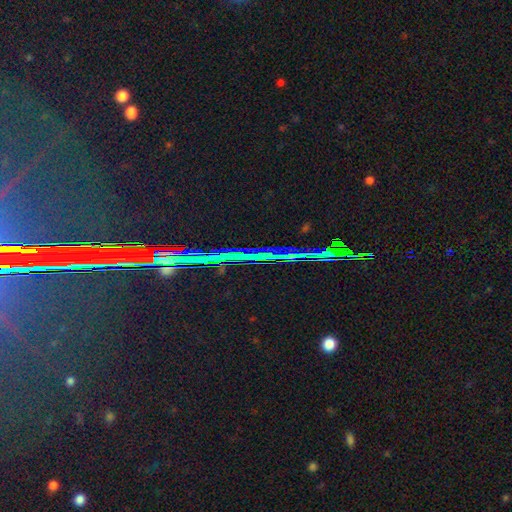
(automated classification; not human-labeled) Overall: star or artifact (83%).